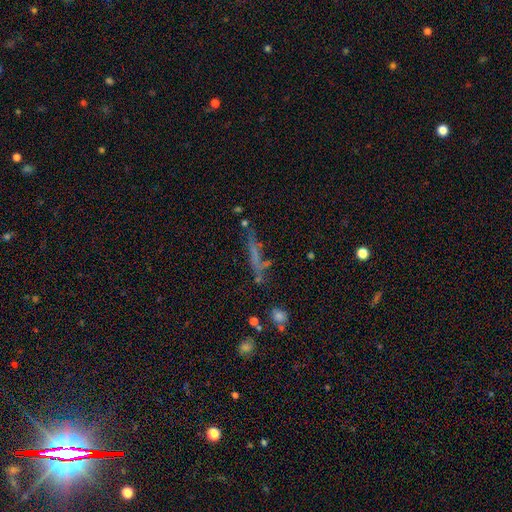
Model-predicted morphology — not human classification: This is marginally a smooth galaxy (44%). Merging: likely none (63%).